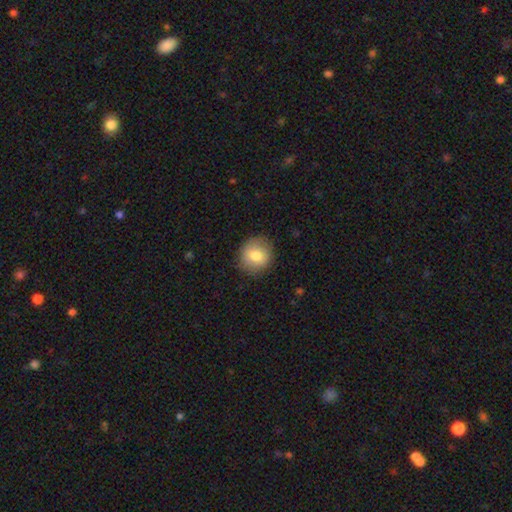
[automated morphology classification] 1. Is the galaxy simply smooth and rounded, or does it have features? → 79% smooth, 12% featured or disk, 8% star or artifact.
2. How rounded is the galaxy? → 87% round, 12% in between, 1% cigar-shaped.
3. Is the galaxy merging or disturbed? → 85% none, 11% minor disturbance, 3% major disturbance, 1% merger.